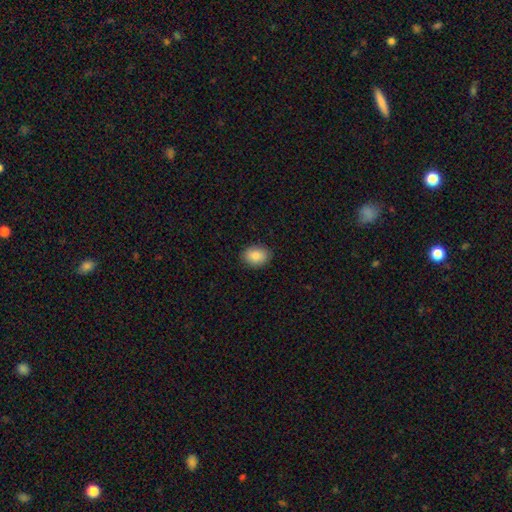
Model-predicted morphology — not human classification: This appears to be a smooth galaxy with no disk features (86%) that is in between round and cigar-shaped (70%). Merging: none (89%).